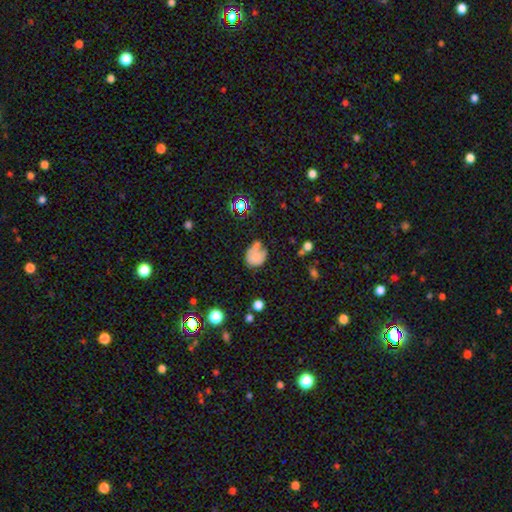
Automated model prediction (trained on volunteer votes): smooth_or_featured: smooth (p=0.63) [alt: featured or disk p=0.24]
how_rounded: round (p=0.60) [alt: in between p=0.39]
merging: none (p=0.35) [alt: minor disturbance p=0.30]